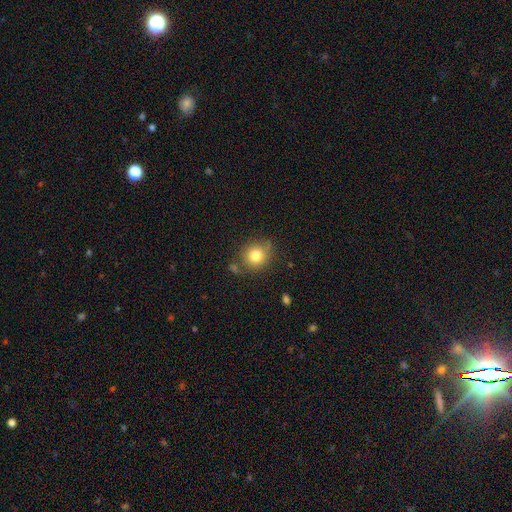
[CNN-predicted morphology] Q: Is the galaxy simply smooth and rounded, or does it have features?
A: smooth — 79%.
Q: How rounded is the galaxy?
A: round — 84%.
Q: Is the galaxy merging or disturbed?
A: none — 73%.